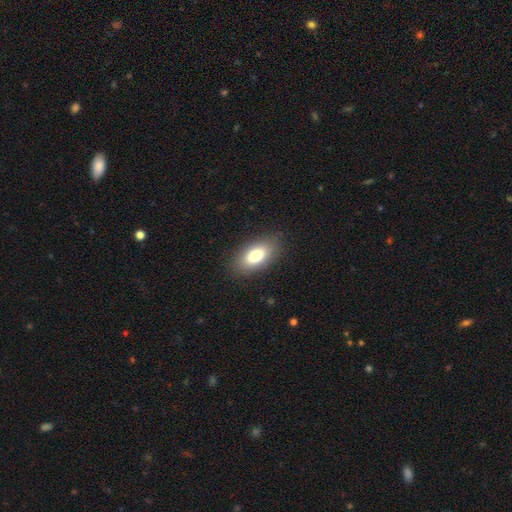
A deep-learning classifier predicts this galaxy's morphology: This is likely a smooth galaxy (78%). How rounded: clearly in between (90%). Merging: clearly none (86%).